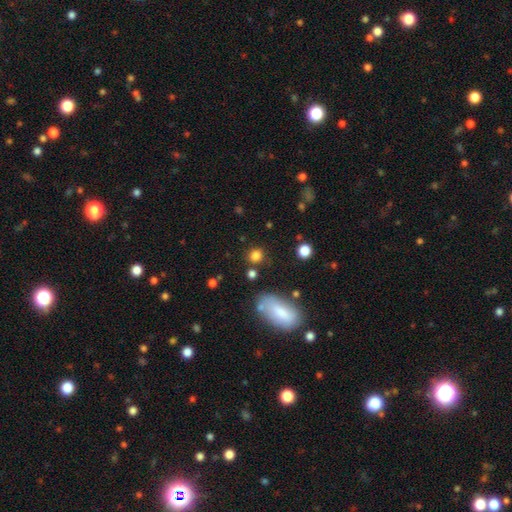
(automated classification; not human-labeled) Smooth or featured? smooth (81%)
How rounded? round (79%)
Merging? none (79%)